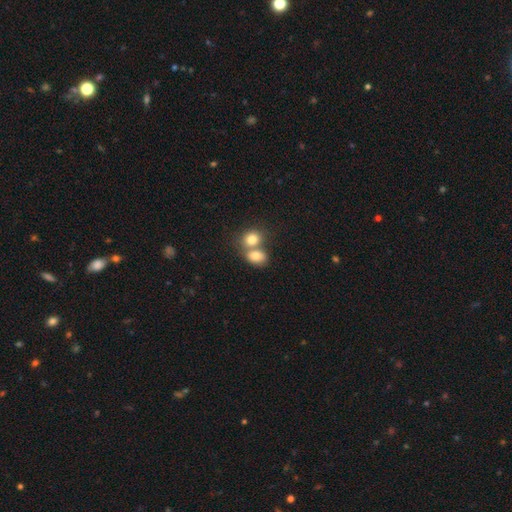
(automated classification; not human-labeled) This is likely a smooth galaxy (79%). How rounded: possibly in between (59%). Merging: possibly merger (57%).